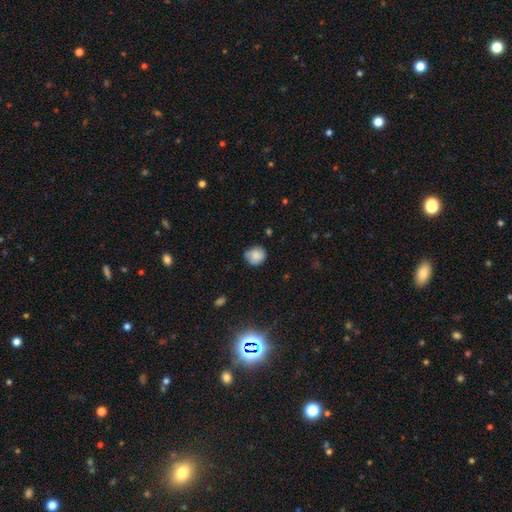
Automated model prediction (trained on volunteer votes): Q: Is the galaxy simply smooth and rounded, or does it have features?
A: smooth — 80%.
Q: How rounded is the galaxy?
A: round — 78%.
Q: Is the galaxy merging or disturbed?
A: none — 65%.